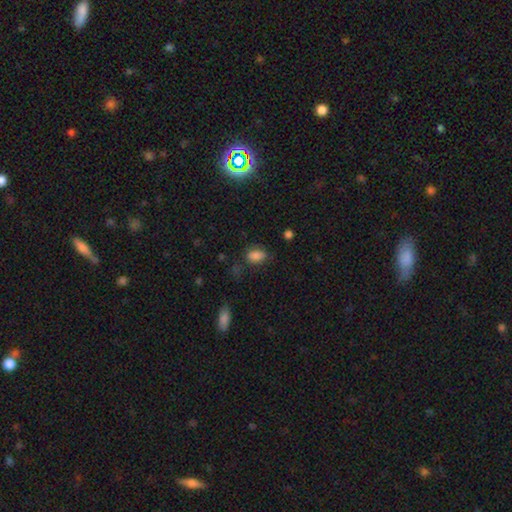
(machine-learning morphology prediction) Smooth or featured?
  - smooth: 83% *
  - star or artifact: 11%
  - featured or disk: 6%
How rounded?
  - in between: 85% *
  - round: 13%
  - cigar-shaped: 2%
Merging?
  - none: 66% *
  - minor disturbance: 23%
  - major disturbance: 8%
  - merger: 3%